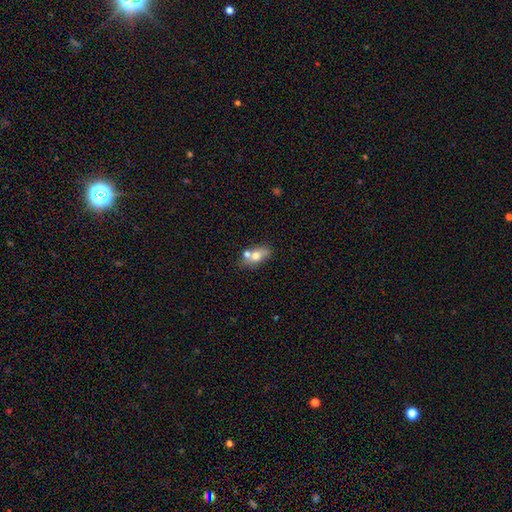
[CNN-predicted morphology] smooth_or_featured: smooth (p=0.66) [alt: featured or disk p=0.25]
how_rounded: in between (p=0.76) [alt: round p=0.17]
merging: none (p=0.46) [alt: merger p=0.36]